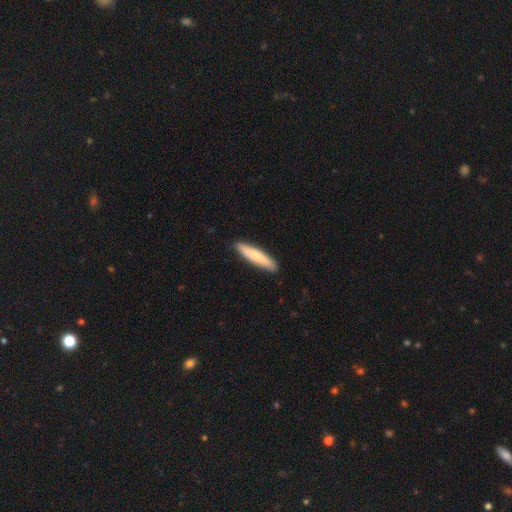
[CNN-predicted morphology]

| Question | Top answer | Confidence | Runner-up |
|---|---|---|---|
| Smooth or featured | smooth | 74% | featured or disk (21%) |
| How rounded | cigar-shaped | 86% | in between (13%) |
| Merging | none | 90% | minor disturbance (8%) |